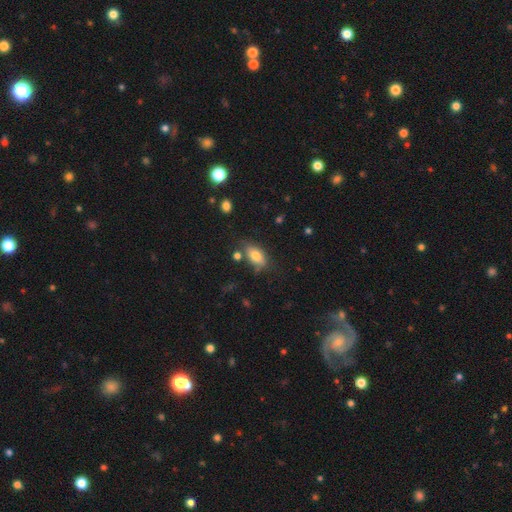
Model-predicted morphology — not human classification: This appears to be a smooth galaxy with no disk features (78%) that is in between round and cigar-shaped (90%). Merging: none (69%).